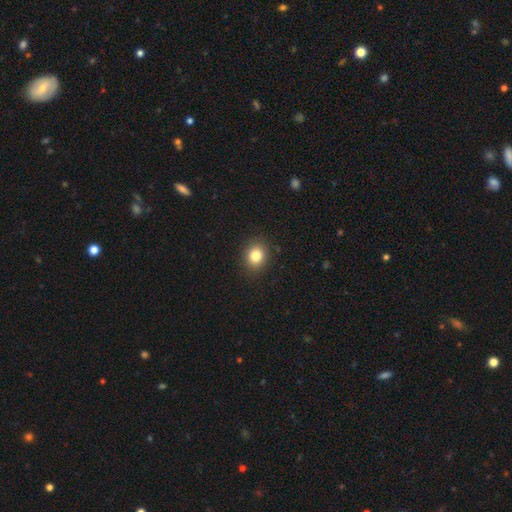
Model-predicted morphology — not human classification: A smooth galaxy with no disk features (83%) that is round (62%). Merging: none (88%).